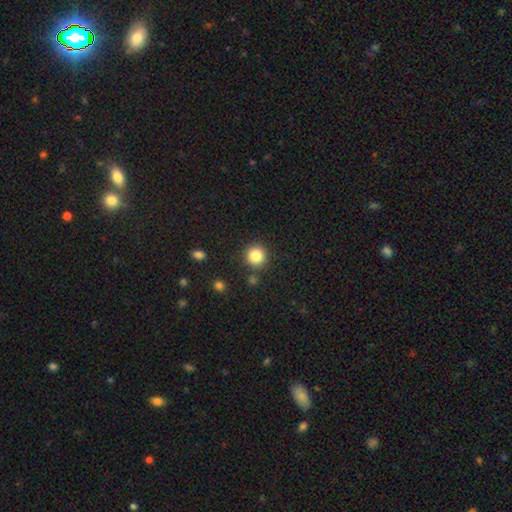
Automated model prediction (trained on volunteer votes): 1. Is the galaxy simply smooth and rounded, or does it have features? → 85% smooth, 10% star or artifact, 5% featured or disk.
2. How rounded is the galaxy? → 94% round, 5% in between, 1% cigar-shaped.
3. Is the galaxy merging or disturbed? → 87% none, 7% minor disturbance, 4% merger, 3% major disturbance.